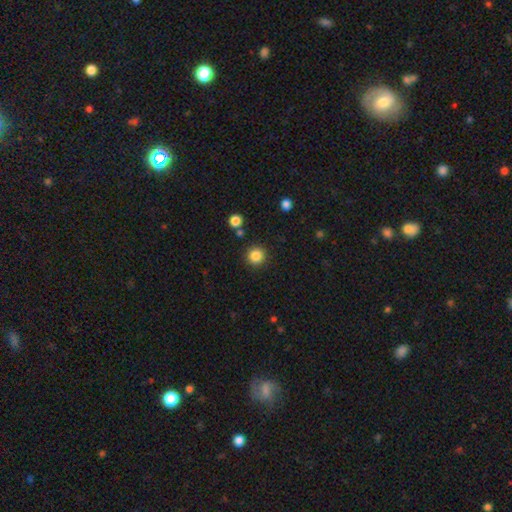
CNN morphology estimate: smooth 85%, star or artifact 11%, featured or disk 4%. Down the decision tree: how rounded — round (95%); merging — none (89%).